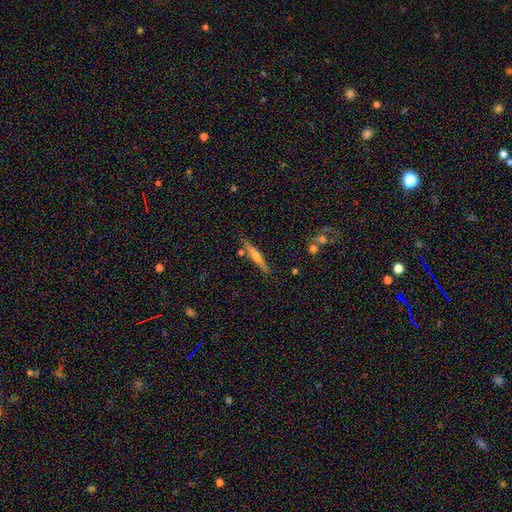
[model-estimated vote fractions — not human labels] Overall: featured or disk (52%; smooth 40%). Edge-on disk: yes (95%). Merging: none (82%).